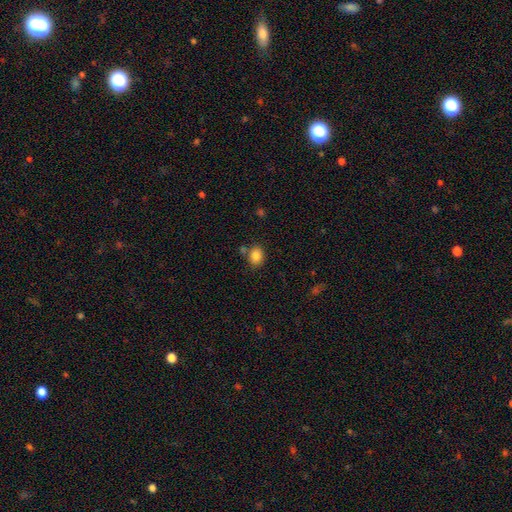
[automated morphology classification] smooth_or_featured: smooth (p=0.85) [alt: star or artifact p=0.09]
how_rounded: in between (p=0.50) [alt: round p=0.49]
merging: none (p=0.74) [alt: minor disturbance p=0.12]